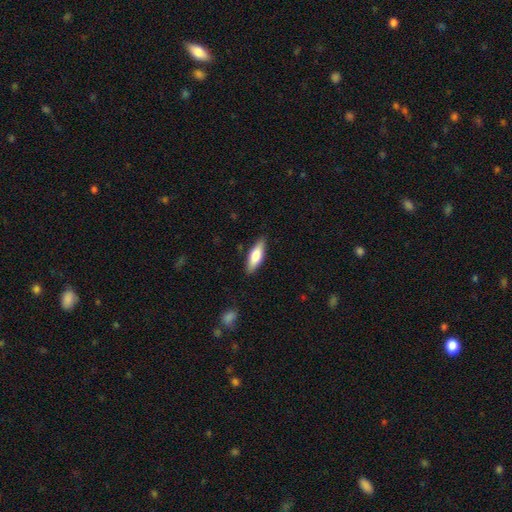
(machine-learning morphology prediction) Q: Smooth or featured?
A: smooth (70%); runner-up: featured or disk (24%)
Q: How rounded?
A: in between (52%); runner-up: cigar-shaped (46%)
Q: Merging?
A: none (87%); runner-up: minor disturbance (10%)